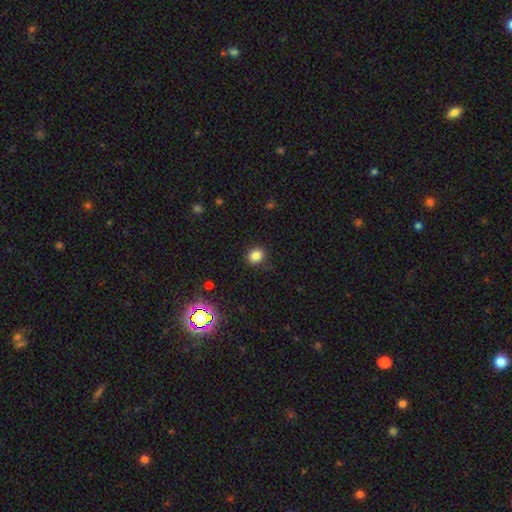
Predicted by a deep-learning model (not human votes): Smooth or featured? Predicted: smooth (p=0.82). How rounded? Predicted: round (p=0.65). Merging? Predicted: none (p=0.85).